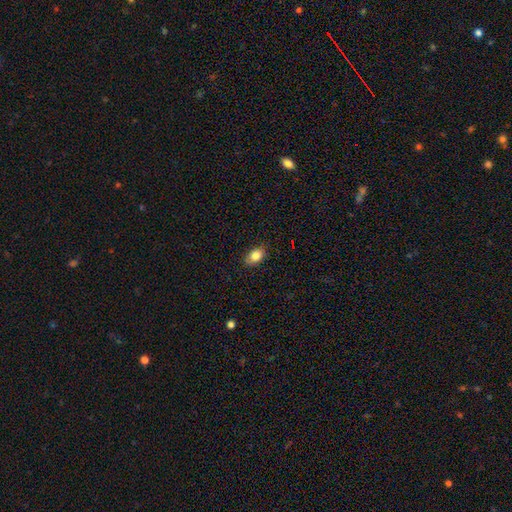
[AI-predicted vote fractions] This appears to be a smooth galaxy with no disk features (84%) that is in between round and cigar-shaped (82%). Merging: none (83%).